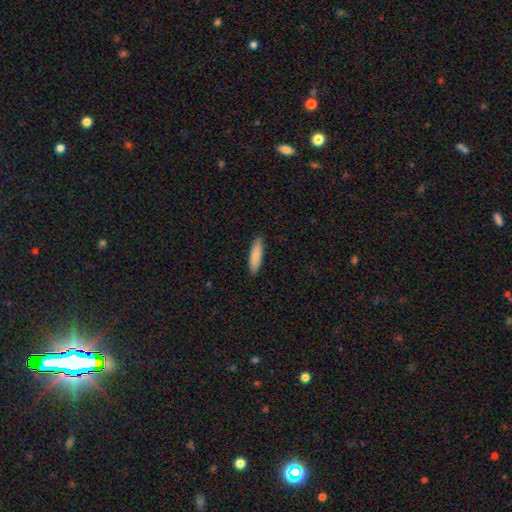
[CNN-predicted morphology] This appears to be a smooth galaxy with no disk features (85%) that is cigar-shaped (62%). Merging: none (89%).